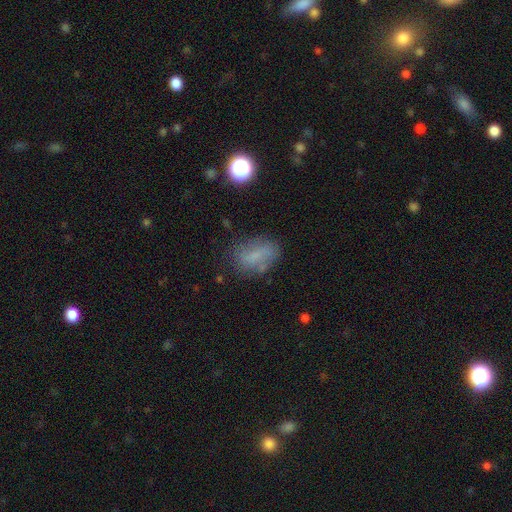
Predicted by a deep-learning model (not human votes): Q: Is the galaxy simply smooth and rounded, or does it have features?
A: smooth — 62%.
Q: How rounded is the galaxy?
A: in between — 80%.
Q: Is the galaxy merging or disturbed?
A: none — 63%.